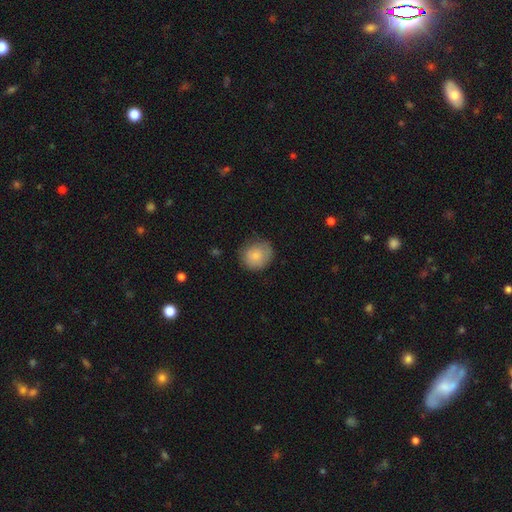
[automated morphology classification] smooth 83%, featured or disk 10%, star or artifact 7%. Down the decision tree: how rounded — round (80%); merging — none (75%).